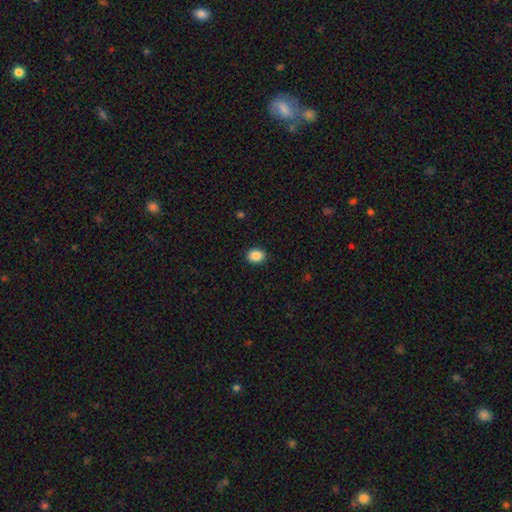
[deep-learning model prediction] Smooth or featured: smooth — 88% (star or artifact — 9%)
How rounded: in between — 54% (round — 45%)
Merging: none — 91% (minor disturbance — 6%)